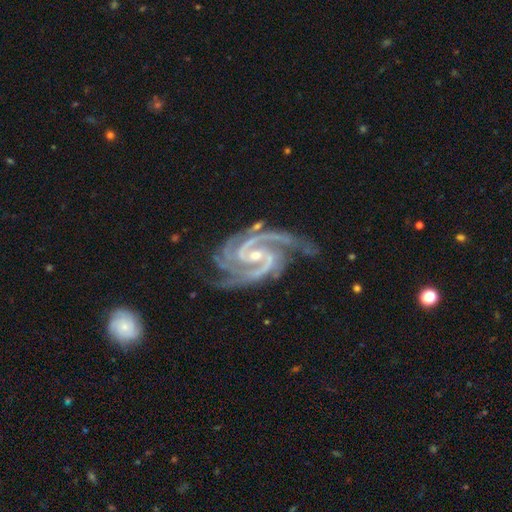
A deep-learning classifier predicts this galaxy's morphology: Smooth or featured: featured or disk — 94% (star or artifact — 4%)
Edge-on disk: no — 98% (yes — 2%)
Bar: weak — 43% (no — 31%)
Spiral arms: yes — 99% (no — 1%)
Spiral winding: tight — 50% (medium — 45%)
Spiral arm count: 2 — 44% (3 — 32%)
Bulge size: small — 59% (moderate — 37%)
Merging: none — 66% (minor disturbance — 22%)